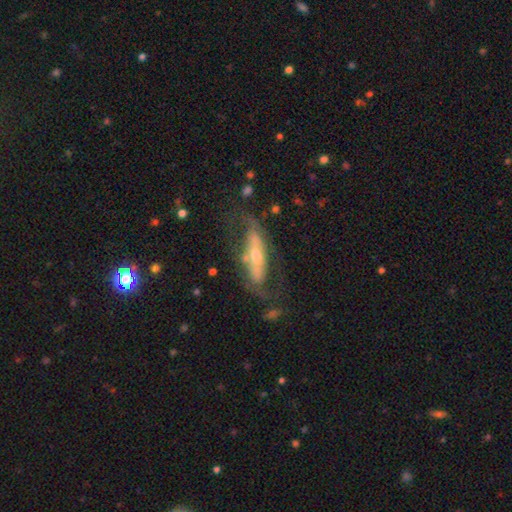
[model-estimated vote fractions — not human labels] featured or disk 71%, smooth 22%, star or artifact 7%. Down the decision tree: edge-on disk — no (65%); merging — none (55%).